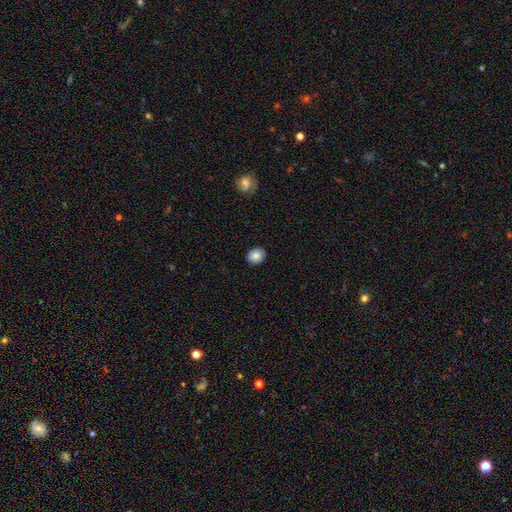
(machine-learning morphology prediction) Smooth or featured? Predicted: smooth (p=0.86). How rounded? Predicted: round (p=0.70). Merging? Predicted: none (p=0.91).